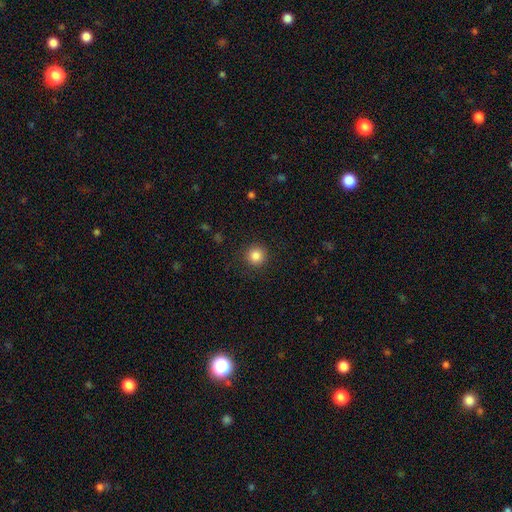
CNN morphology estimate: type=smooth (85%); roundness=round (95%); merging=none (90%).